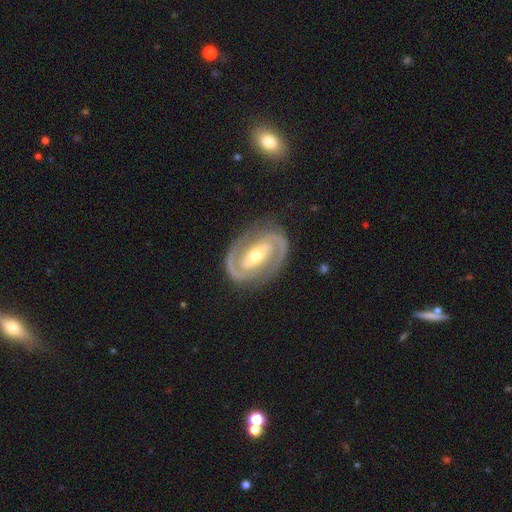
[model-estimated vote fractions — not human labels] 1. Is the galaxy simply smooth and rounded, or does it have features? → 91% featured or disk, 5% smooth, 4% star or artifact.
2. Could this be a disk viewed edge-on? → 97% no, 3% yes.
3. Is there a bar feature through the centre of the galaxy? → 49% strong, 32% weak, 19% no.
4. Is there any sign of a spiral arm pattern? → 97% yes, 3% no.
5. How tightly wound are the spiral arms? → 49% tight, 43% medium, 8% loose.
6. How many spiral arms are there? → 92% 2, 3% can't tell, 2% 1, 1% 3, 1% 4, 1% more than 4.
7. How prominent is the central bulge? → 65% moderate, 28% small, 5% large, 1% none, 1% dominant.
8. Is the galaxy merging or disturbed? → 85% none, 10% minor disturbance, 4% major disturbance, 1% merger.